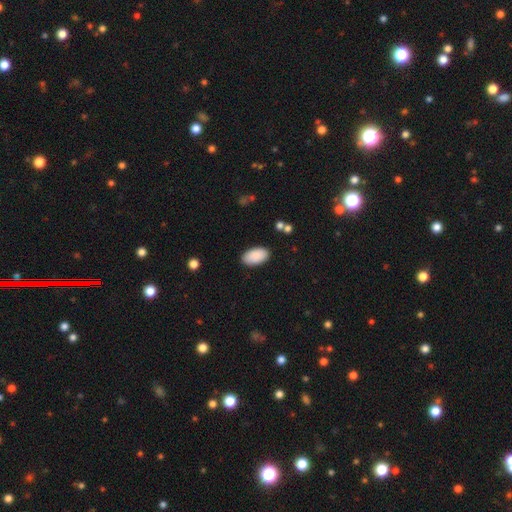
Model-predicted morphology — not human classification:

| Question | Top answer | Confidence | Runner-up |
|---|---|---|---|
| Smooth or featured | smooth | 90% | star or artifact (6%) |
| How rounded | in between | 96% | round (3%) |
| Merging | none | 88% | minor disturbance (9%) |